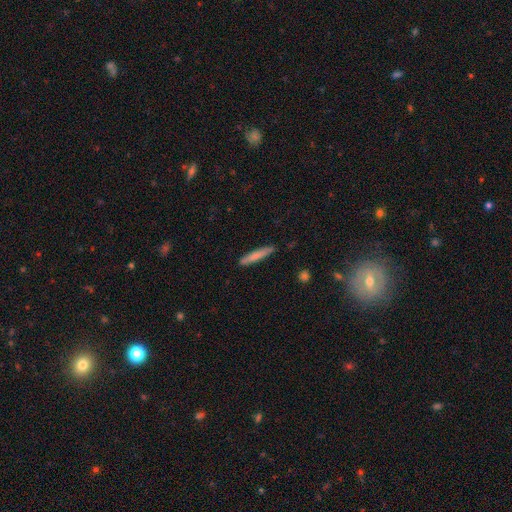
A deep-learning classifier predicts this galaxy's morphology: Smooth or featured: smooth — 73% (featured or disk — 21%)
How rounded: cigar-shaped — 94% (in between — 5%)
Merging: none — 88% (minor disturbance — 9%)